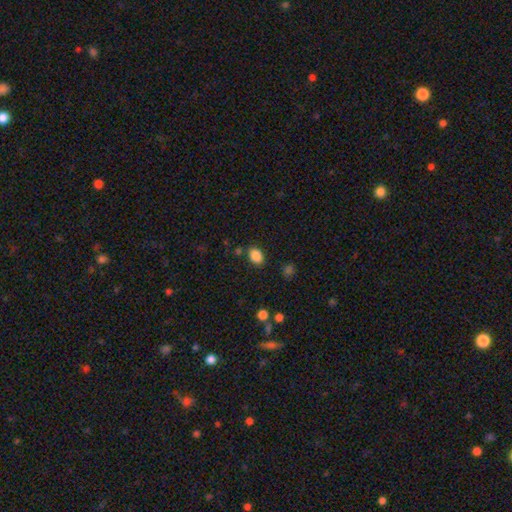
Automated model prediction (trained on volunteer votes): The model was most divided on "how rounded": in between: 76%, round: 23%, cigar-shaped: 1%. More confident: smooth or featured — smooth (86%); merging — none (81%).